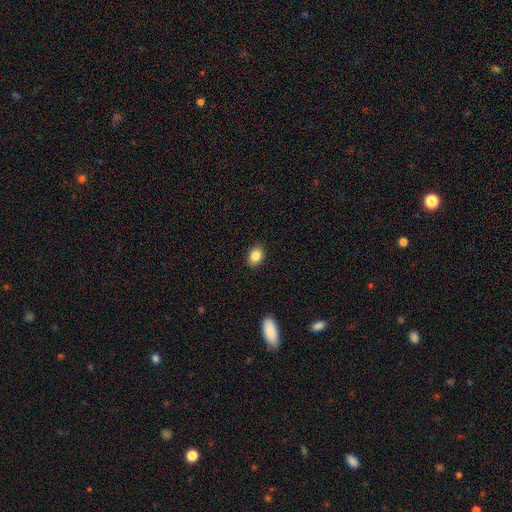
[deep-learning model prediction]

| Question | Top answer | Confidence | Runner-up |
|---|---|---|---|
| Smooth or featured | smooth | 85% | star or artifact (9%) |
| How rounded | in between | 72% | round (26%) |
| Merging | none | 89% | minor disturbance (8%) |